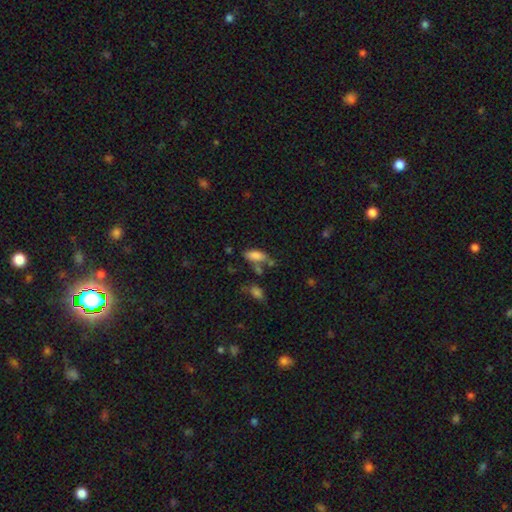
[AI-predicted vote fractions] smooth_or_featured: smooth (p=0.80) [alt: featured or disk p=0.11]
how_rounded: in between (p=0.83) [alt: cigar-shaped p=0.15]
merging: none (p=0.49) [alt: minor disturbance p=0.21]